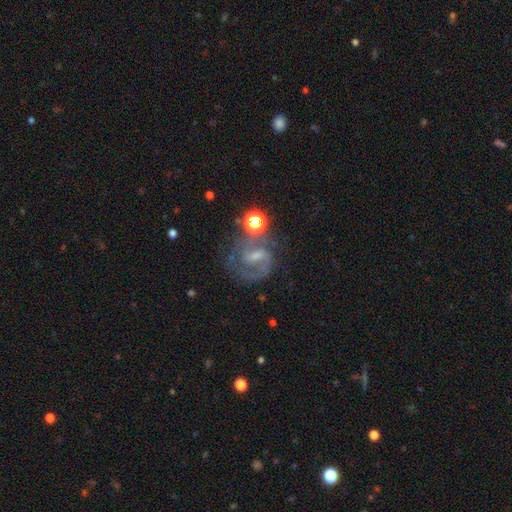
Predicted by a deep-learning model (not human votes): smooth-or-featured: featured or disk: 79% | smooth: 11% | star or artifact: 10%
  disk-edge-on: no: 98% | yes: 2%
    bar: weak: 53% | strong: 27% | no: 20%
    has-spiral-arms: yes: 94% | no: 6%
      spiral-winding: medium: 58% | tight: 24% | loose: 18%
      spiral-arm-count: 2: 80% | 1: 7% | can't tell: 7% | 3: 4% | 4: 1% | more than 4: 1%
    bulge-size: small: 55% | moderate: 29% | none: 12% | large: 3% | dominant: 1%
  merging: none: 58% | minor disturbance: 18% | major disturbance: 15% | merger: 9%